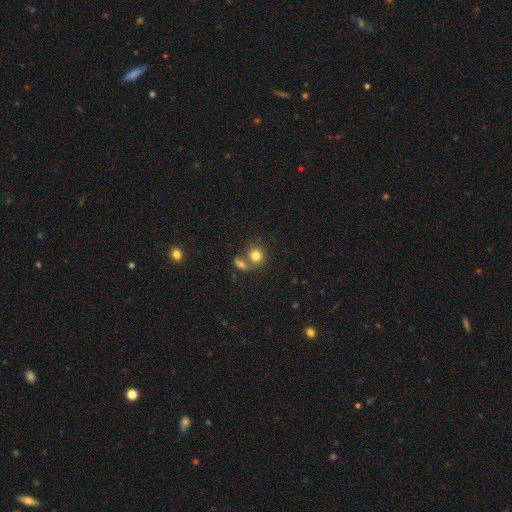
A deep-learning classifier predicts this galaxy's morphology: The model was most divided on "merging": none: 50%, merger: 36%, minor disturbance: 10%, major disturbance: 4%. More confident: smooth or featured — smooth (79%); how rounded — round (79%).